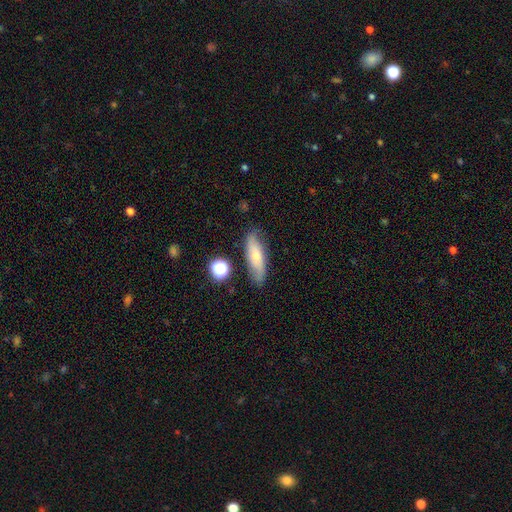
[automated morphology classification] The model was most divided on "how rounded": cigar-shaped: 49%, in between: 48%, round: 4%. More confident: merging — none (74%); smooth or featured — smooth (58%).